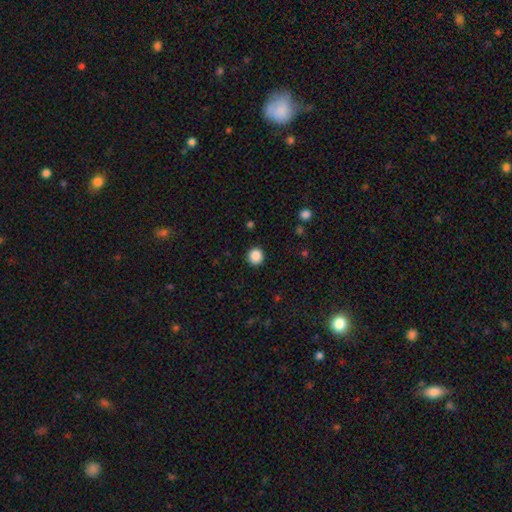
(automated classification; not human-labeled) This is clearly a smooth galaxy (87%). How rounded: clearly round (93%). Merging: clearly none (91%).